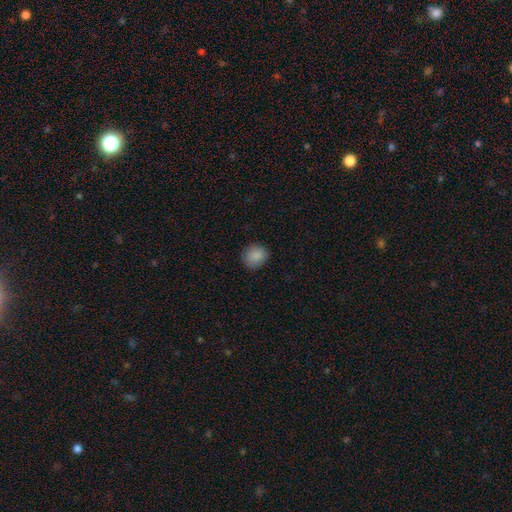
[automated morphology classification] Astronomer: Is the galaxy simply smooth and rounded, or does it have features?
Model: smooth — 88%.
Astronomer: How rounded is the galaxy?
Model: round — 80%.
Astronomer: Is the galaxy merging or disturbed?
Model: none — 86%.